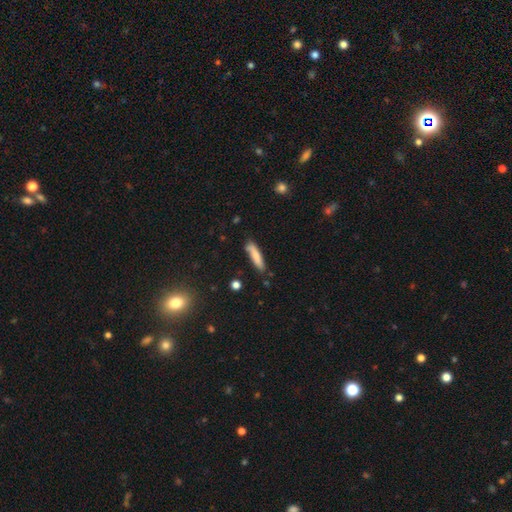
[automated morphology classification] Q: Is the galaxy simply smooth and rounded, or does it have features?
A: smooth — 77%.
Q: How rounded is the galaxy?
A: cigar-shaped — 82%.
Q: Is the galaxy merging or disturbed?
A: none — 76%.